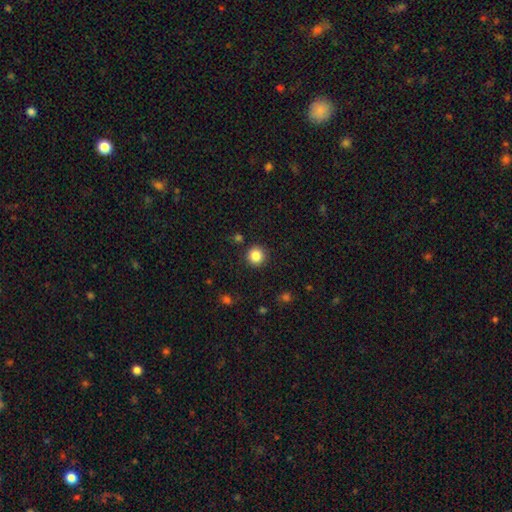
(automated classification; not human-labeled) A smooth galaxy with no disk features (85%) that is round (95%).

Vote fractions:
- Smooth or featured? smooth: 85% / star or artifact: 11% / featured or disk: 5%
- How rounded? round: 95% / in between: 4% / cigar-shaped: 1%
- Merging? none: 90% / minor disturbance: 6% / major disturbance: 2% / merger: 2%